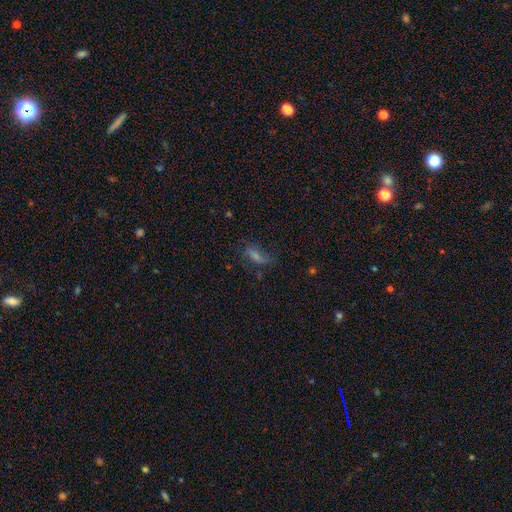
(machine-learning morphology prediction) The model was most divided on "smooth or featured": featured or disk: 41%, smooth: 35%, star or artifact: 24%. More confident: merging — none (61%).